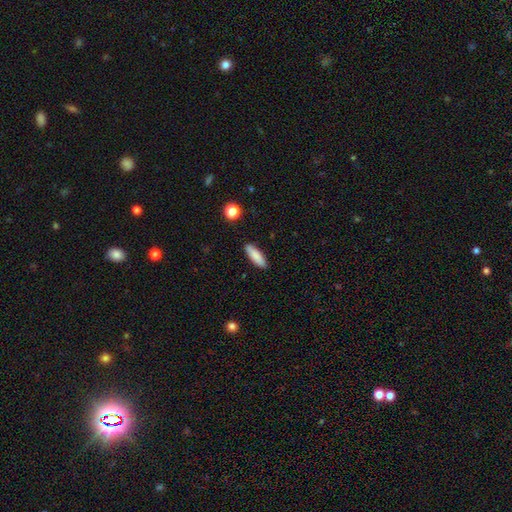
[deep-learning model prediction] Smooth or featured? smooth (85%)
How rounded? cigar-shaped (51%)
Merging? none (87%)